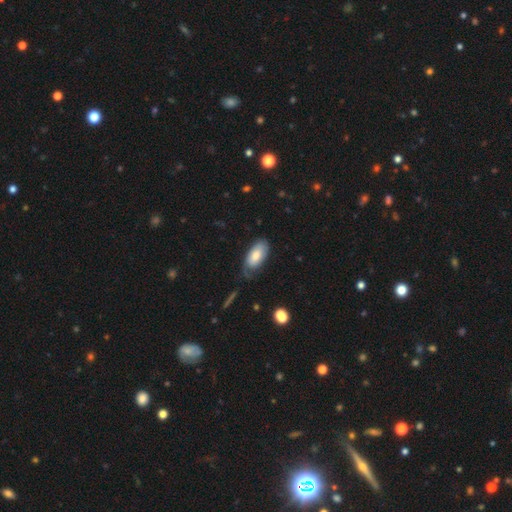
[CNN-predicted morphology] smooth 73%, featured or disk 21%, star or artifact 6%. Down the decision tree: how rounded — in between (92%); merging — none (55%).